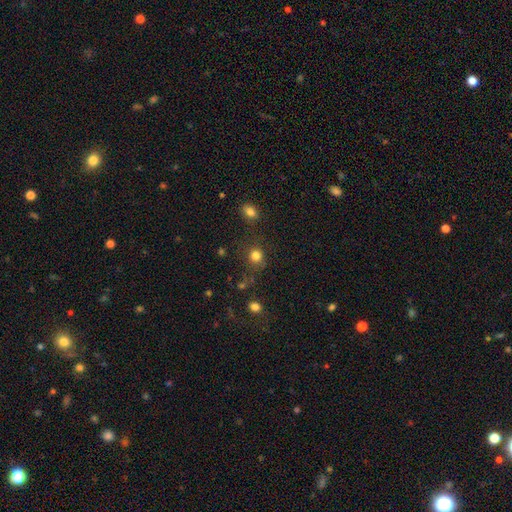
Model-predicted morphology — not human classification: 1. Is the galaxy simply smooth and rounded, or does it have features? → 81% smooth, 14% star or artifact, 5% featured or disk.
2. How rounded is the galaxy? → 87% round, 12% in between, 1% cigar-shaped.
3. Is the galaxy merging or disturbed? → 77% none, 12% minor disturbance, 6% merger, 6% major disturbance.